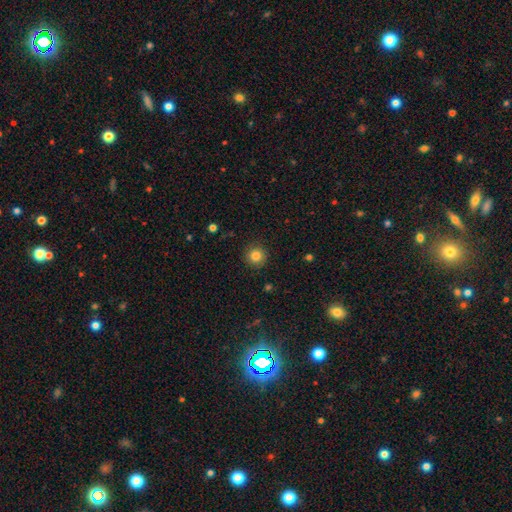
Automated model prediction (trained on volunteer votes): A smooth galaxy with no disk features (82%) that is round (94%).

Vote fractions:
- Smooth or featured? smooth: 82% / star or artifact: 11% / featured or disk: 6%
- How rounded? round: 94% / in between: 5% / cigar-shaped: 1%
- Merging? none: 90% / minor disturbance: 7% / major disturbance: 2% / merger: 1%